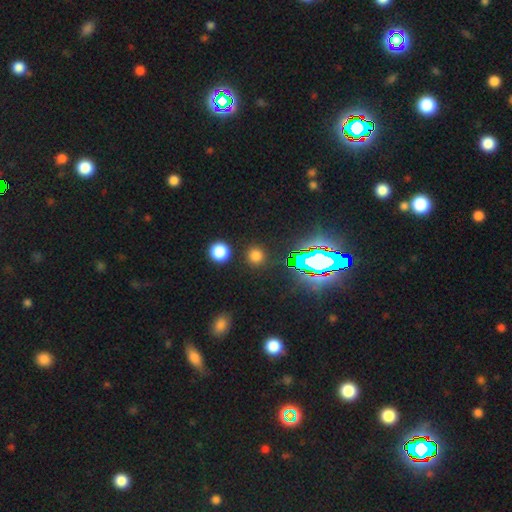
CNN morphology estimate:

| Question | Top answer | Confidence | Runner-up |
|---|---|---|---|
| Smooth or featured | smooth | 68% | star or artifact (26%) |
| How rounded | round | 92% | in between (7%) |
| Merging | none | 89% | minor disturbance (6%) |